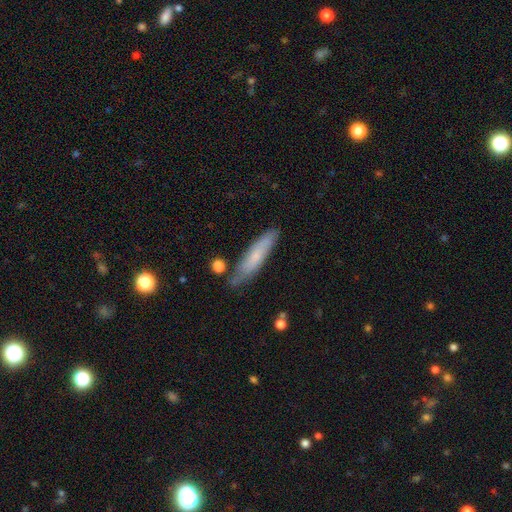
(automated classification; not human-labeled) Q: Smooth or featured?
A: smooth (63%); runner-up: featured or disk (31%)
Q: How rounded?
A: cigar-shaped (81%); runner-up: in between (17%)
Q: Merging?
A: none (74%); runner-up: minor disturbance (18%)